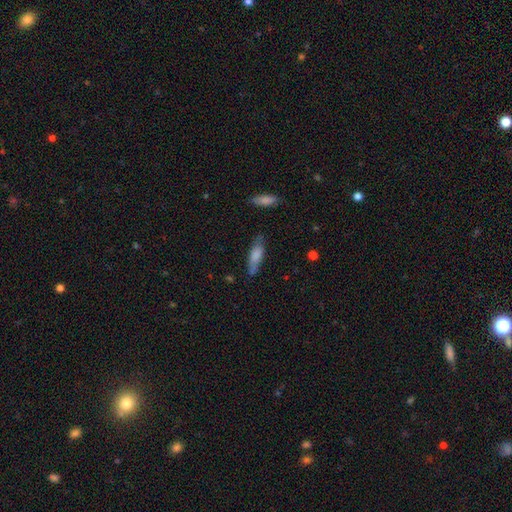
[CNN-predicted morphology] smooth 73%, featured or disk 20%, star or artifact 7%. Down the decision tree: how rounded — cigar-shaped (54%); merging — none (65%).